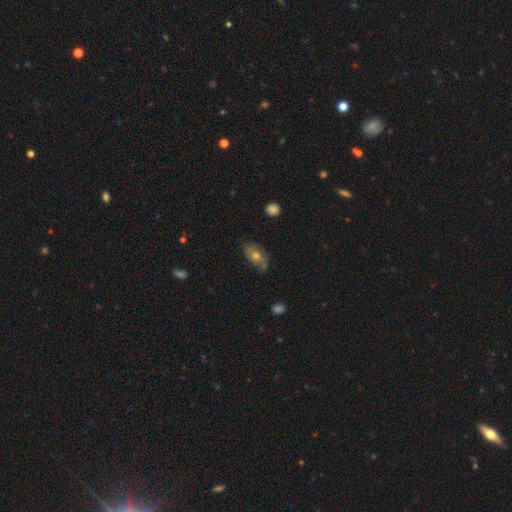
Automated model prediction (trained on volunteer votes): Smooth or featured? featured or disk (47%)
Merging? none (67%)